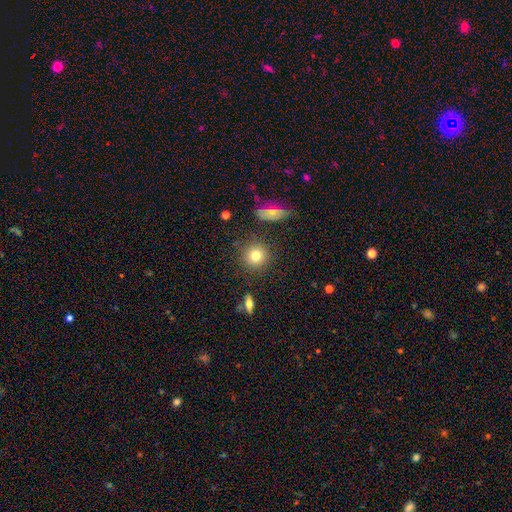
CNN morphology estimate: Smooth or featured? Predicted: smooth (p=0.78). How rounded? Predicted: round (p=0.90). Merging? Predicted: none (p=0.86).